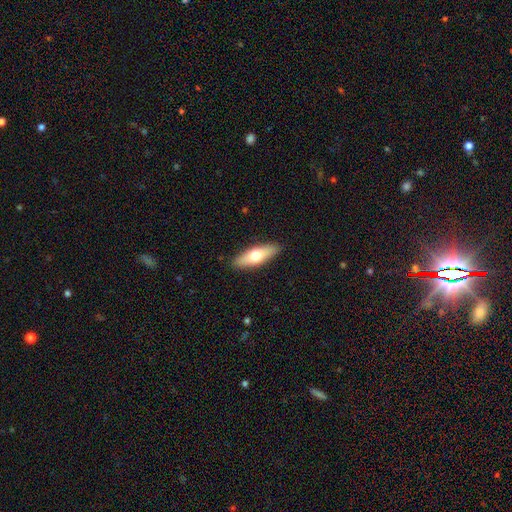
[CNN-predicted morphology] smooth-or-featured: smooth: 60% | featured or disk: 35% | star or artifact: 6%
  how-rounded: in between: 53% | cigar-shaped: 44% | round: 3%
  merging: none: 89% | minor disturbance: 8% | major disturbance: 2% | merger: 1%